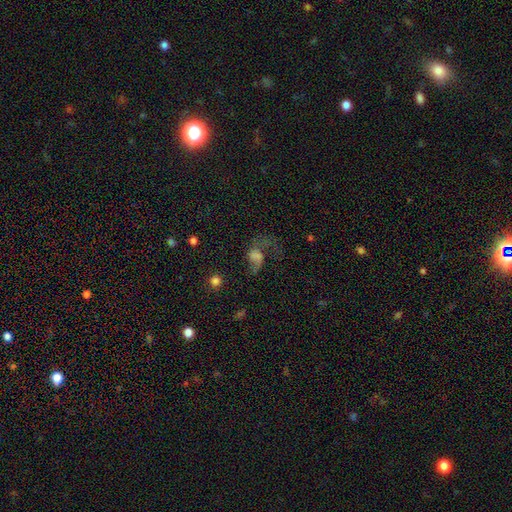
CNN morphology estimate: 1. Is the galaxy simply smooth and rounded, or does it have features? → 44% featured or disk, 36% smooth, 19% star or artifact.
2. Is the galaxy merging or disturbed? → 52% major disturbance, 28% none, 15% minor disturbance, 5% merger.